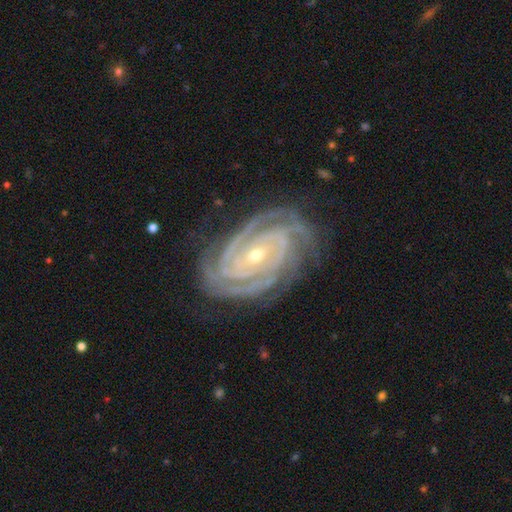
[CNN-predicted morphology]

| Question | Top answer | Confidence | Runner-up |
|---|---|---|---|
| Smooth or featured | featured or disk | 93% | star or artifact (4%) |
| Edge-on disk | no | 97% | yes (3%) |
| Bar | no | 50% | weak (31%) |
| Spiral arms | yes | 99% | no (1%) |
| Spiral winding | tight | 82% | medium (16%) |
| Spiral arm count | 3 | 32% | 4 (26%) |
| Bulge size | small | 62% | moderate (36%) |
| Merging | none | 78% | minor disturbance (17%) |